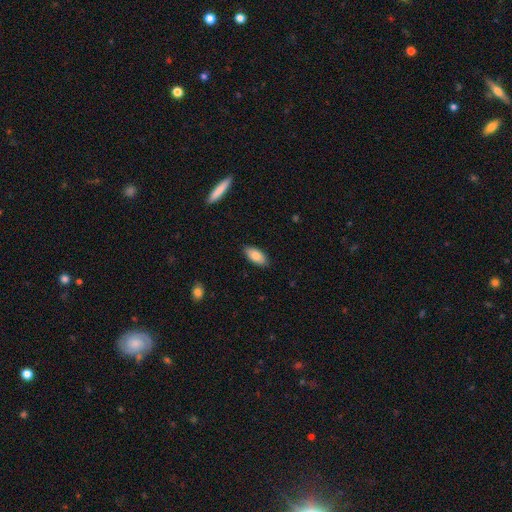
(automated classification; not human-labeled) Smooth or featured?
  - smooth: 85% *
  - featured or disk: 9%
  - star or artifact: 6%
How rounded?
  - in between: 88% *
  - cigar-shaped: 10%
  - round: 2%
Merging?
  - none: 87% *
  - minor disturbance: 10%
  - major disturbance: 2%
  - merger: 1%